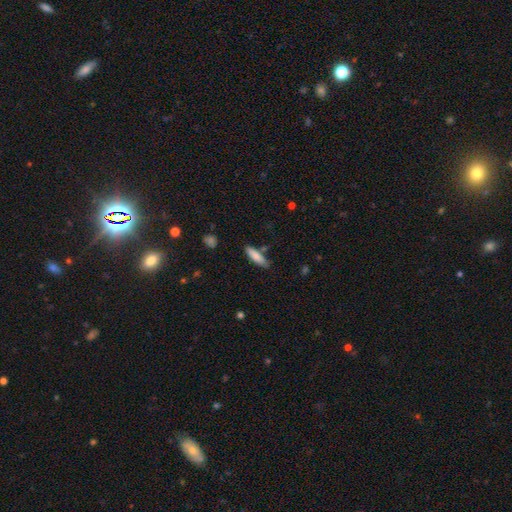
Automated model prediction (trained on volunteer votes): Smooth or featured? Predicted: smooth (p=0.81). How rounded? Predicted: cigar-shaped (p=0.64). Merging? Predicted: none (p=0.76).